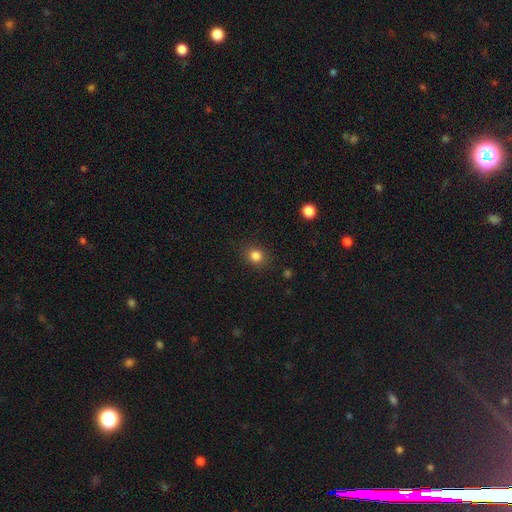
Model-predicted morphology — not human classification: smooth 83%, star or artifact 12%, featured or disk 5%. Down the decision tree: how rounded — round (70%); merging — none (85%).